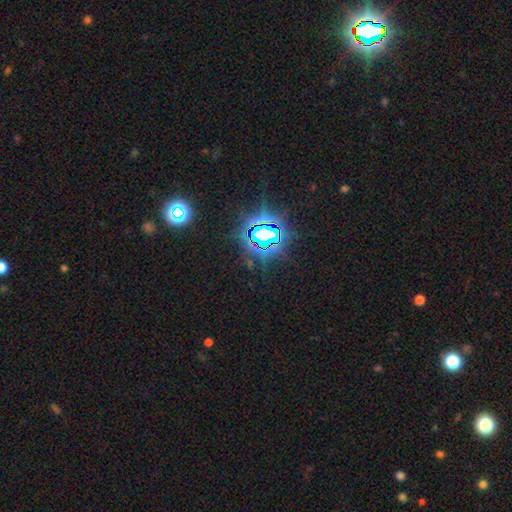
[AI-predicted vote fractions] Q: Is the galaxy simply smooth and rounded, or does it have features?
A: star or artifact — 82%.